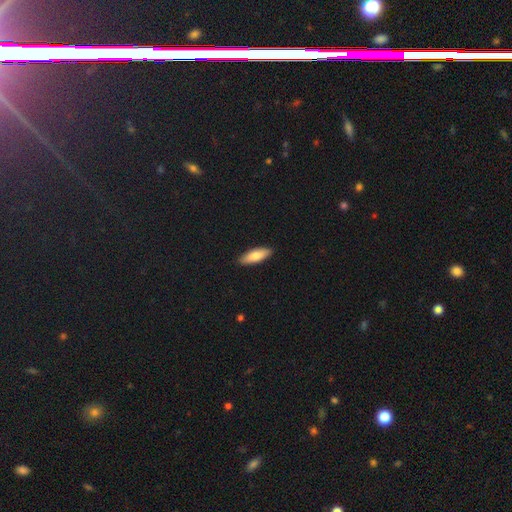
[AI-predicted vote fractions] Smooth or featured? smooth (80%)
How rounded? in between (58%)
Merging? none (89%)